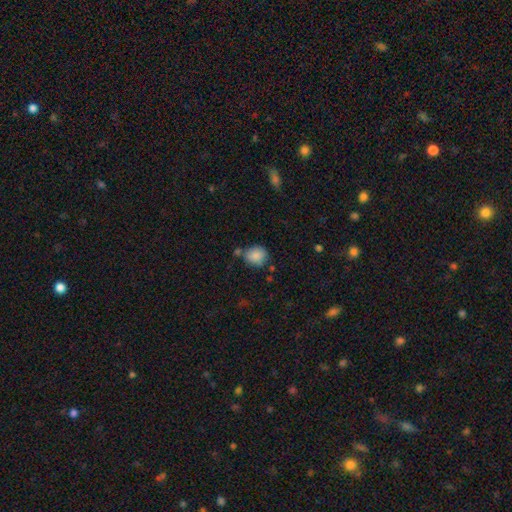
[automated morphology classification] Smooth or featured? smooth (85%)
How rounded? round (70%)
Merging? none (63%)